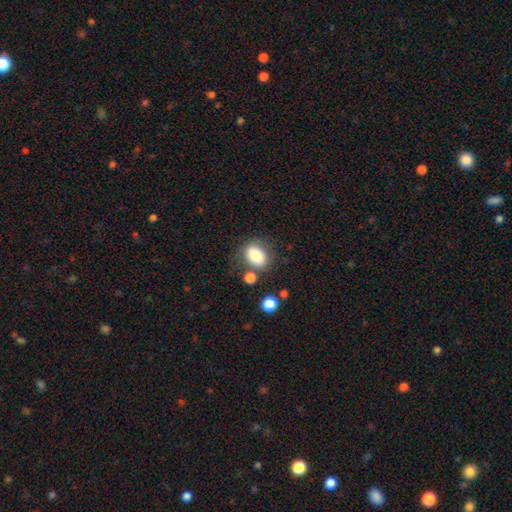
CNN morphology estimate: Smooth or featured: smooth — 82% (star or artifact — 9%)
How rounded: in between — 70% (round — 29%)
Merging: none — 66% (minor disturbance — 17%)